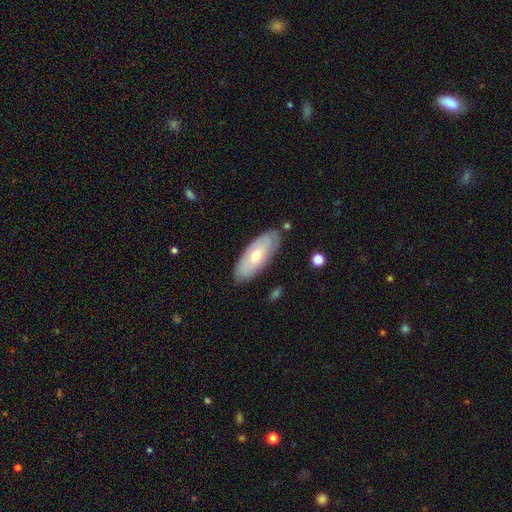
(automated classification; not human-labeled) This is possibly a smooth galaxy (53%). How rounded: likely in between (79%). Merging: likely none (79%).